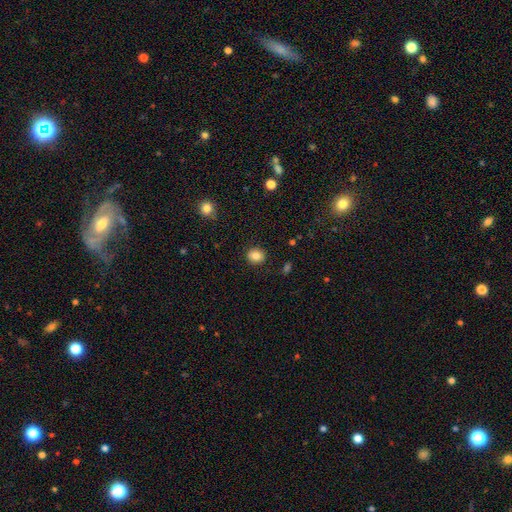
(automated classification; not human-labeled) smooth 84%, star or artifact 10%, featured or disk 6%. Down the decision tree: how rounded — round (78%); merging — none (90%).